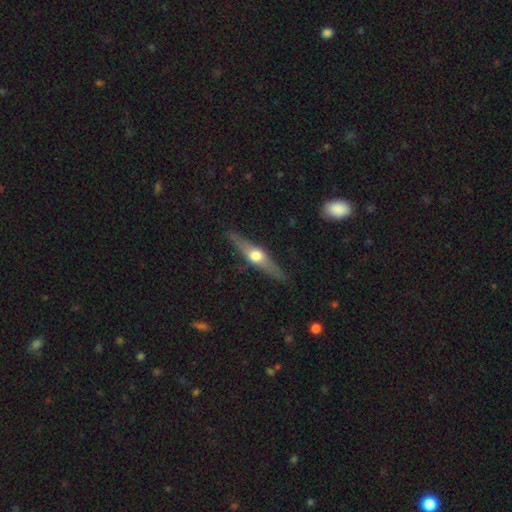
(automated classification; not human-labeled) Smooth or featured? featured or disk (73%)
Edge-on disk? yes (96%)
Edge-on bulge? rounded (95%)
Merging? none (88%)